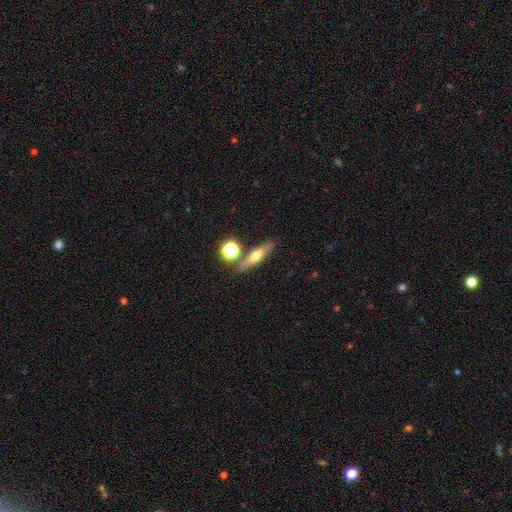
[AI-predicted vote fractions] A smooth galaxy with no disk features (48%).

Vote fractions:
- Smooth or featured? smooth: 48% / featured or disk: 41% / star or artifact: 11%
- Merging? none: 72% / minor disturbance: 12% / merger: 12% / major disturbance: 4%